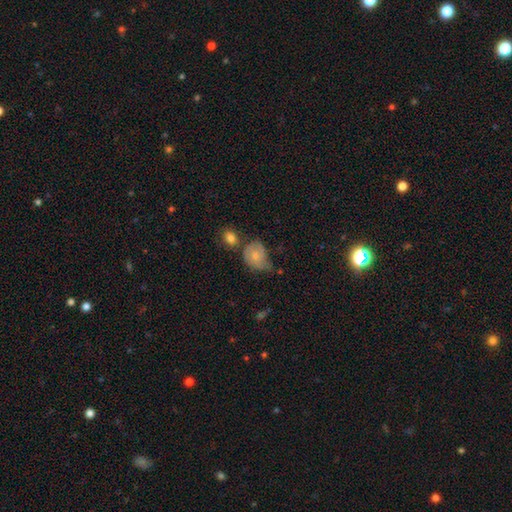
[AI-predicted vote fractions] Smooth or featured?
  - smooth: 63% *
  - featured or disk: 29%
  - star or artifact: 8%
How rounded?
  - round: 51% *
  - in between: 48%
  - cigar-shaped: 1%
Merging?
  - minor disturbance: 36% *
  - none: 32%
  - major disturbance: 19%
  - merger: 13%